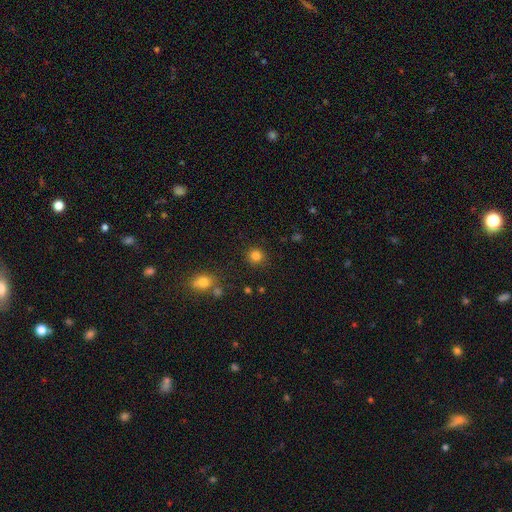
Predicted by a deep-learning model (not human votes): Overall: smooth (82%). How rounded: round (90%). Merging: none (88%).